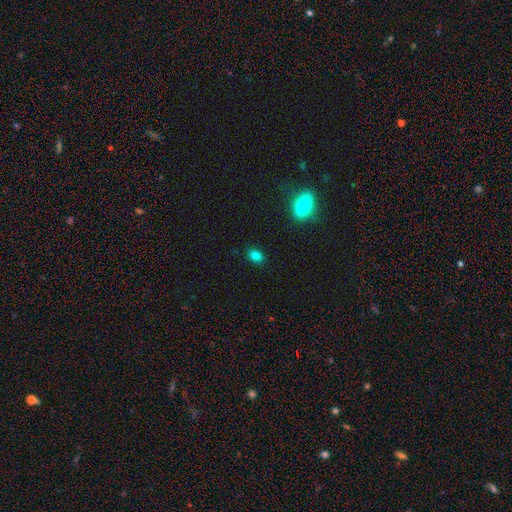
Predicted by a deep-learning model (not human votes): smooth-or-featured: smooth: 82% | star or artifact: 13% | featured or disk: 5%
  how-rounded: in between: 73% | round: 25% | cigar-shaped: 2%
  merging: none: 86% | minor disturbance: 10% | major disturbance: 2% | merger: 2%